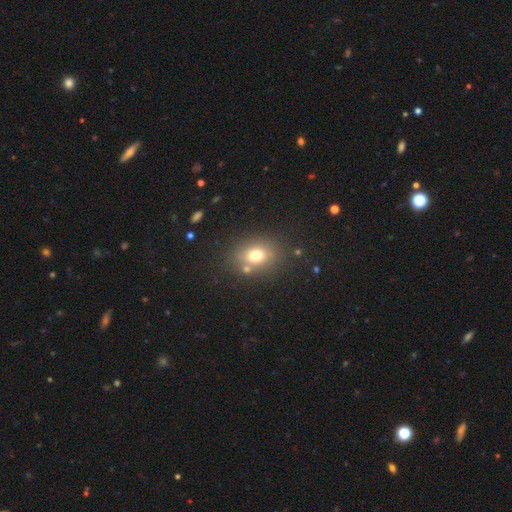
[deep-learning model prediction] Overall: smooth (72%). How rounded: round (50%; in between 48%). Merging: none (73%).